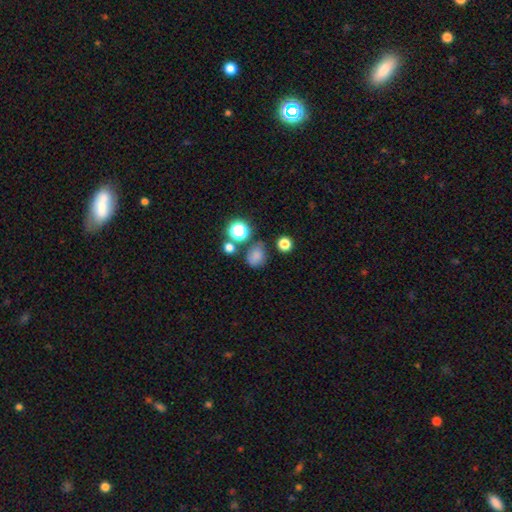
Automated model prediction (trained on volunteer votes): Q: Smooth or featured?
A: smooth (73%); runner-up: star or artifact (18%)
Q: How rounded?
A: round (55%); runner-up: in between (44%)
Q: Merging?
A: none (62%); runner-up: minor disturbance (20%)